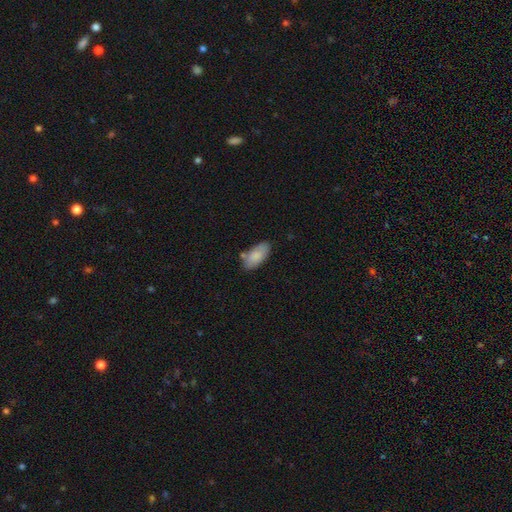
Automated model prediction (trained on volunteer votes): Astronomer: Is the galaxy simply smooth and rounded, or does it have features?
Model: smooth — 82%.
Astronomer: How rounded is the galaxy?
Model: in between — 92%.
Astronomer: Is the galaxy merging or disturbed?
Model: none — 70%.